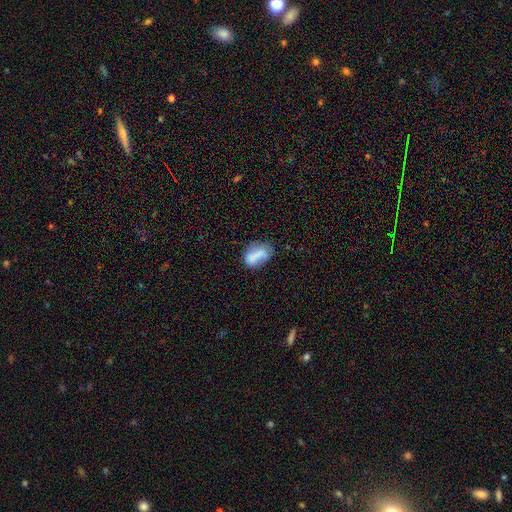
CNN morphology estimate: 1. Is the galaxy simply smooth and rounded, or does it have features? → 65% smooth, 26% featured or disk, 9% star or artifact.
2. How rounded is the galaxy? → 80% in between, 17% round, 3% cigar-shaped.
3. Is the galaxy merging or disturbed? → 42% none, 26% minor disturbance, 19% merger, 13% major disturbance.